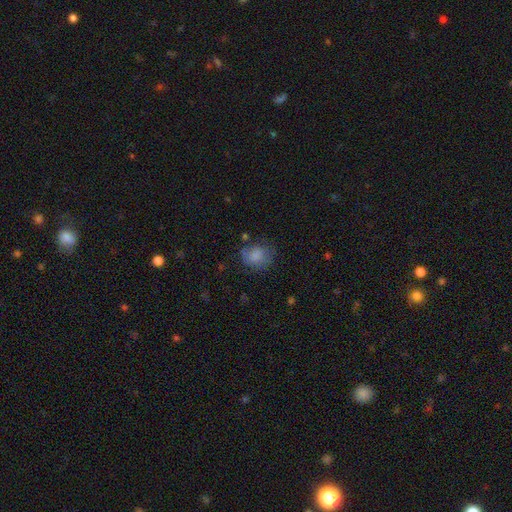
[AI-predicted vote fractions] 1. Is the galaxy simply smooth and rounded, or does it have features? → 78% smooth, 12% featured or disk, 10% star or artifact.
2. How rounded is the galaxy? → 65% round, 34% in between, 1% cigar-shaped.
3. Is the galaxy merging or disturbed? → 61% none, 24% minor disturbance, 12% major disturbance, 3% merger.